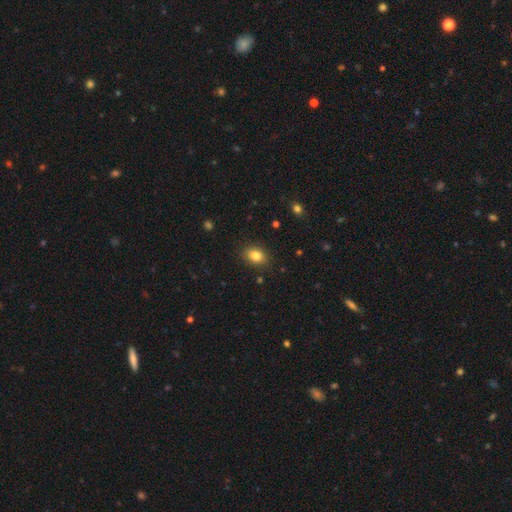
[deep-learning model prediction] This appears to be a smooth galaxy with no disk features (82%) that is in between round and cigar-shaped (67%). Merging: none (87%).